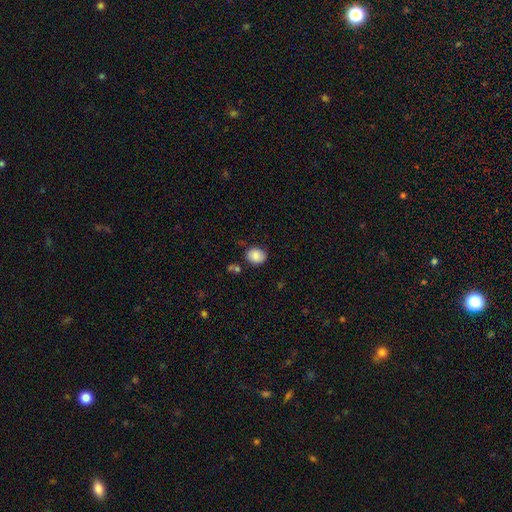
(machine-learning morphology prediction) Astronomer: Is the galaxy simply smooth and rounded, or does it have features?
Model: smooth — 84%.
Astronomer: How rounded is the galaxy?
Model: round — 61% (runner-up: in between, 38%).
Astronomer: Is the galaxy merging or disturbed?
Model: none — 79%.